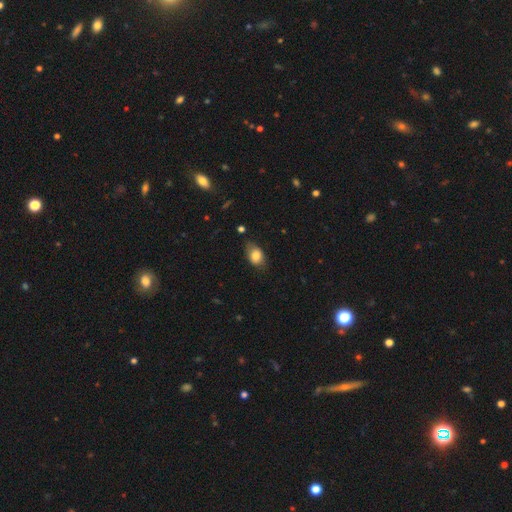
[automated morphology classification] Smooth or featured? smooth (80%)
How rounded? in between (82%)
Merging? none (65%)